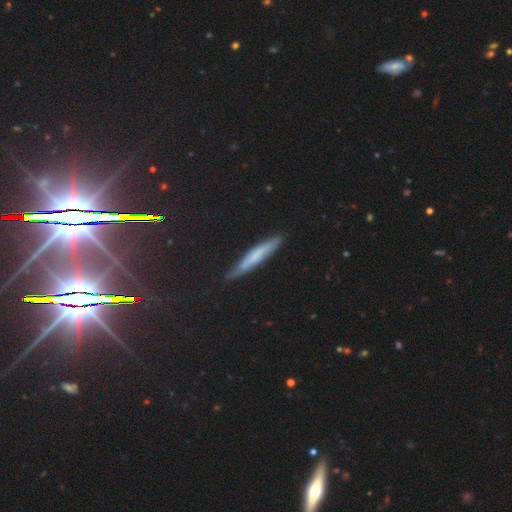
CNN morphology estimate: Smooth or featured?
  - smooth: 49% *
  - featured or disk: 39%
  - star or artifact: 12%
Merging?
  - none: 81% *
  - minor disturbance: 15%
  - major disturbance: 2%
  - merger: 2%